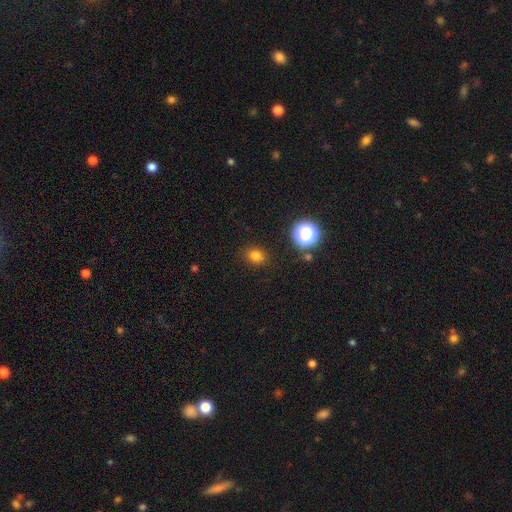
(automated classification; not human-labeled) Q: Smooth or featured?
A: smooth (78%); runner-up: star or artifact (16%)
Q: How rounded?
A: round (62%); runner-up: in between (37%)
Q: Merging?
A: none (88%); runner-up: minor disturbance (8%)